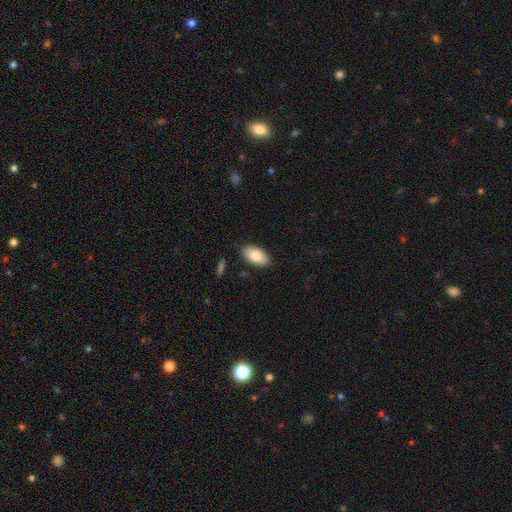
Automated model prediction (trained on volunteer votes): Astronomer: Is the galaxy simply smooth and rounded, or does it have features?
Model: smooth — 80%.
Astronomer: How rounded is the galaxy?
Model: in between — 95%.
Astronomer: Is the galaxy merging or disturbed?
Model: none — 88%.